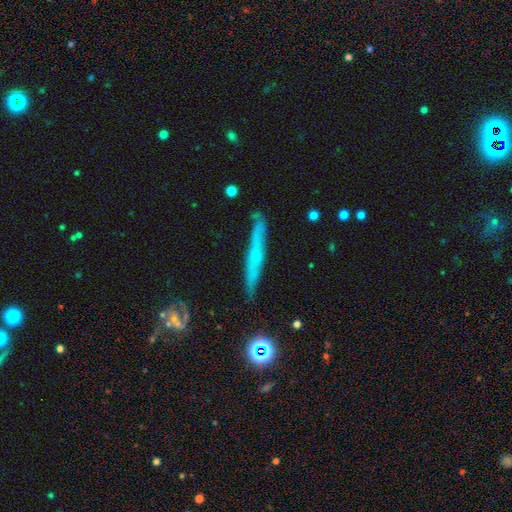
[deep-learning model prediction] Overall: smooth (49%; featured or disk 44%). Merging: none (80%).